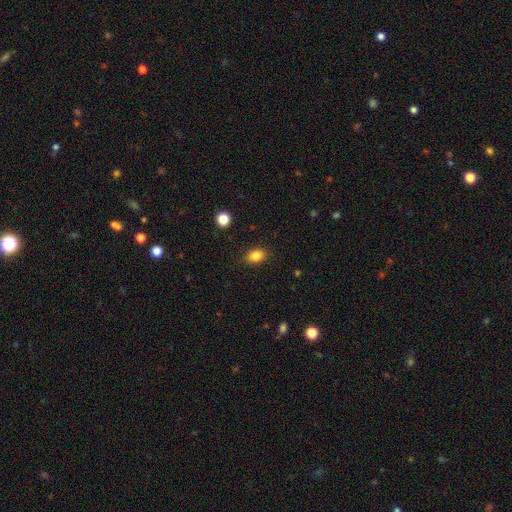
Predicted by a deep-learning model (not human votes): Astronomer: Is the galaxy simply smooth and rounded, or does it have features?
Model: smooth — 84%.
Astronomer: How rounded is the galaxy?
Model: in between — 79%.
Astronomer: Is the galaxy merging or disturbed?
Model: none — 87%.